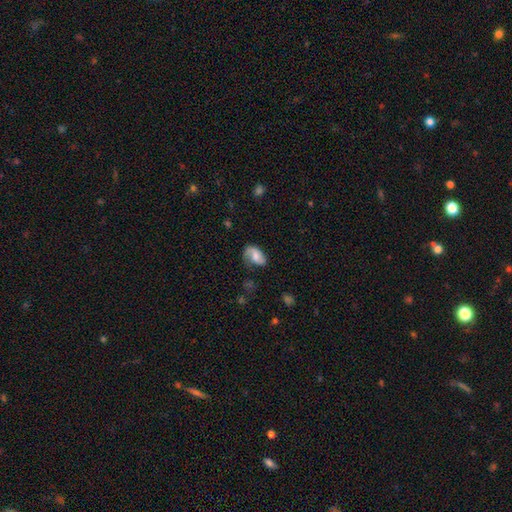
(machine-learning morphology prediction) This appears to be a featured or disk galaxy (50%). Merging: none (48%).